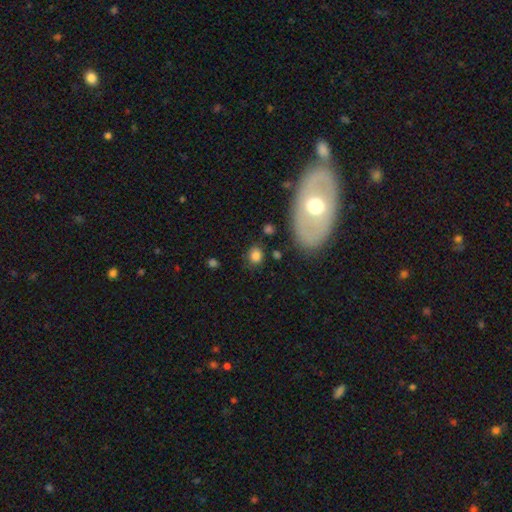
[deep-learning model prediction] This is likely a smooth galaxy (80%). How rounded: likely round (69%). Merging: likely none (78%).